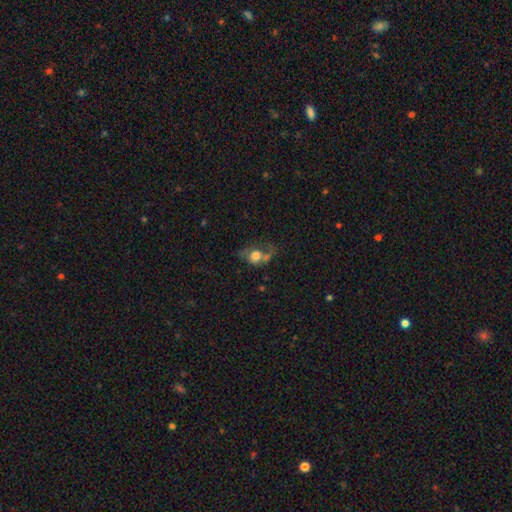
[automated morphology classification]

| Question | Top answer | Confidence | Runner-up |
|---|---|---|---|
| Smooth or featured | smooth | 58% | featured or disk (31%) |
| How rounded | round | 58% | in between (40%) |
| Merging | none | 33% | major disturbance (27%) |